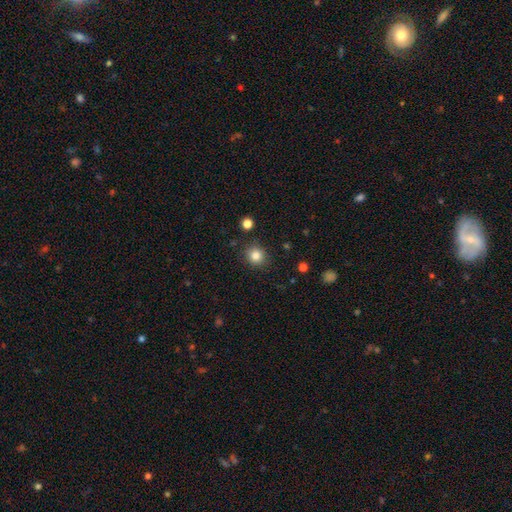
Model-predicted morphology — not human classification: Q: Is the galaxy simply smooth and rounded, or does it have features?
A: smooth — 83%.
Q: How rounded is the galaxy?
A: round — 87%.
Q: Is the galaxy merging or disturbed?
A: none — 88%.